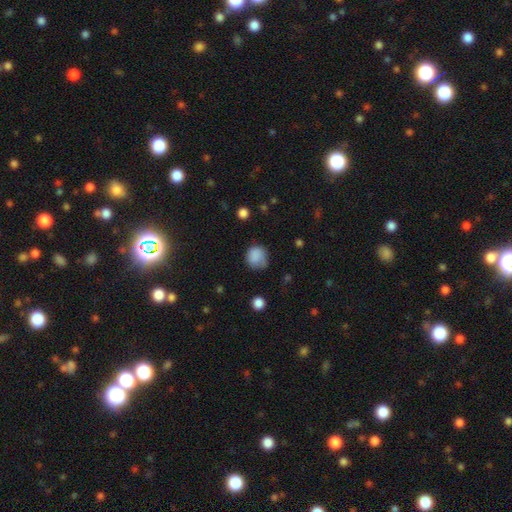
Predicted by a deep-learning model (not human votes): smooth_or_featured: smooth (p=0.84) [alt: star or artifact p=0.10]
how_rounded: round (p=0.81) [alt: in between p=0.18]
merging: none (p=0.62) [alt: minor disturbance p=0.27]